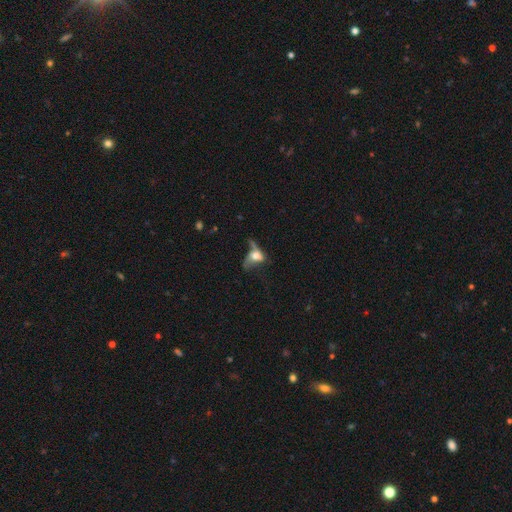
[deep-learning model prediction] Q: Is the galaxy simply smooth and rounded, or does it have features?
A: smooth — 48%.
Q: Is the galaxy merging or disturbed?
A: major disturbance — 47%.